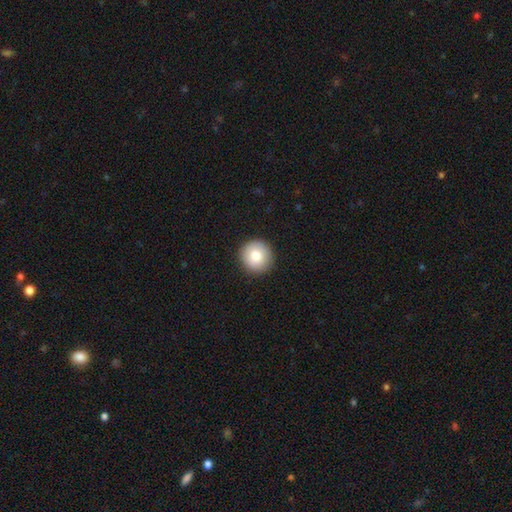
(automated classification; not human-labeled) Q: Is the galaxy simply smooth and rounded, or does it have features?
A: smooth — 83%.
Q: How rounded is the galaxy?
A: round — 95%.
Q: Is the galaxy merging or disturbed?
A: none — 91%.